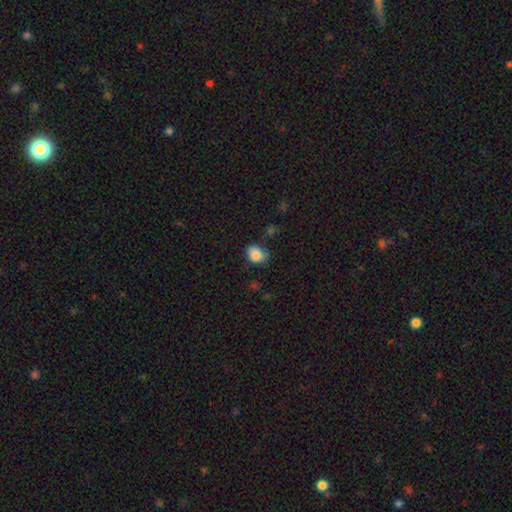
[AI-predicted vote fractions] Q: Smooth or featured?
A: smooth (82%); runner-up: star or artifact (9%)
Q: How rounded?
A: in between (57%); runner-up: round (42%)
Q: Merging?
A: none (56%); runner-up: minor disturbance (31%)